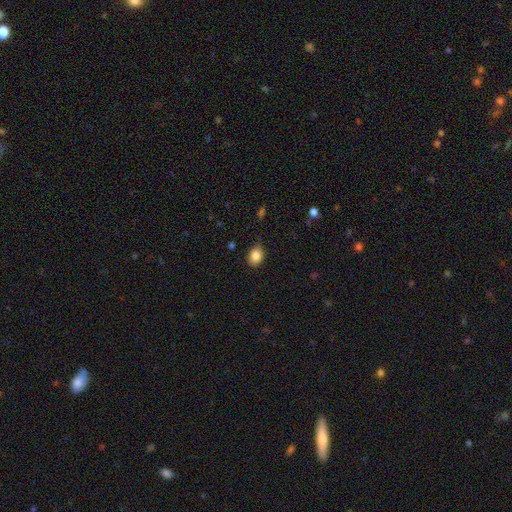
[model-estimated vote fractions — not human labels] This is clearly a smooth galaxy (86%). How rounded: likely in between (68%). Merging: likely none (78%).